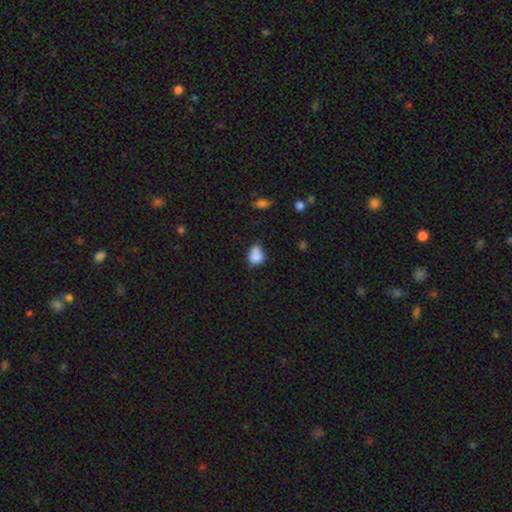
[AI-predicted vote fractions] Overall: smooth (79%). How rounded: in between (60%; round 39%). Merging: none (38%; minor disturbance 30%).